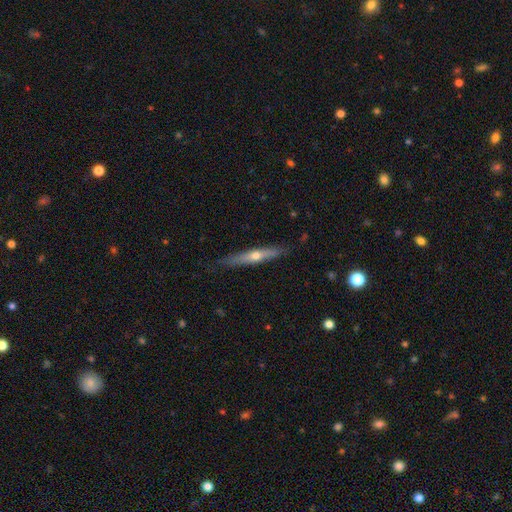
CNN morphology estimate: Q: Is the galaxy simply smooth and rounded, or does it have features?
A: featured or disk — 61%.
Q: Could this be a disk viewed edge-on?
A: yes — 93%.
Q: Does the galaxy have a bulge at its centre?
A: rounded — 83%.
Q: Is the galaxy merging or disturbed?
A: none — 85%.